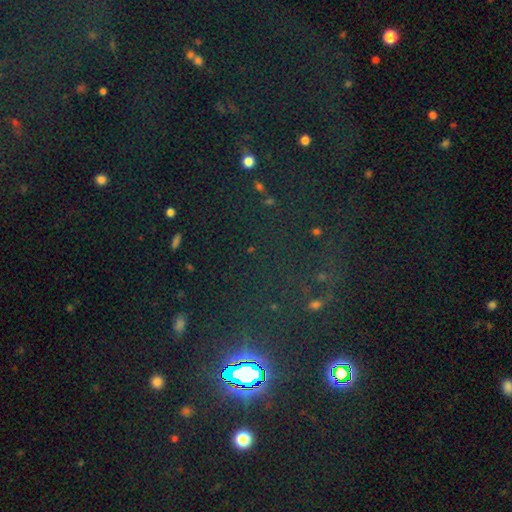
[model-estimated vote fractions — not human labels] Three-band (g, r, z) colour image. It shows a star or artifact, not a galaxy (75%).